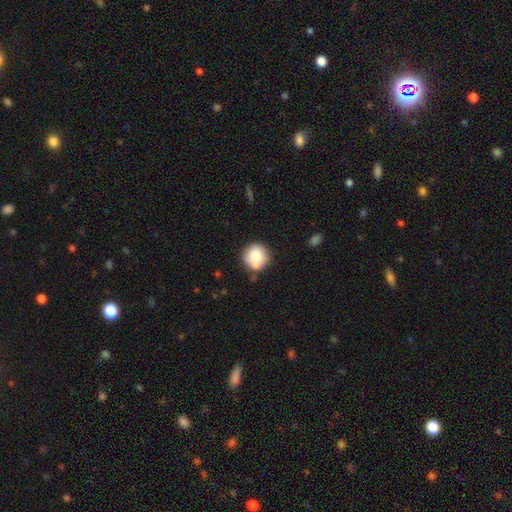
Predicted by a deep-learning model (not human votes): Smooth or featured? Predicted: smooth (p=0.72). How rounded? Predicted: round (p=0.90). Merging? Predicted: none (p=0.59).